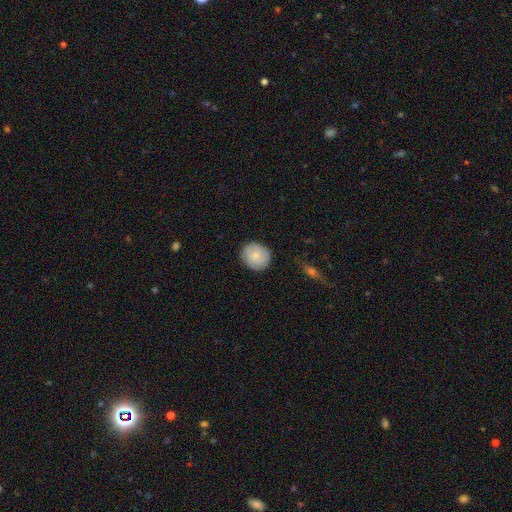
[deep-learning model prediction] Smooth or featured? smooth (70%)
How rounded? round (85%)
Merging? none (84%)